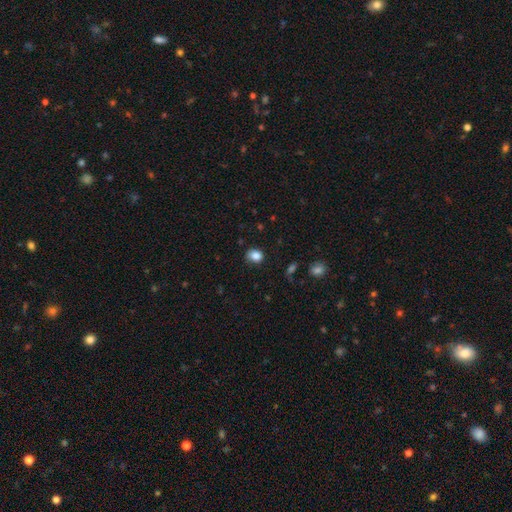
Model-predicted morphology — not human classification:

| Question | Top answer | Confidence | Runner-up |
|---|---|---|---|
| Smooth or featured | smooth | 85% | star or artifact (10%) |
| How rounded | round | 55% | in between (44%) |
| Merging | none | 73% | minor disturbance (21%) |